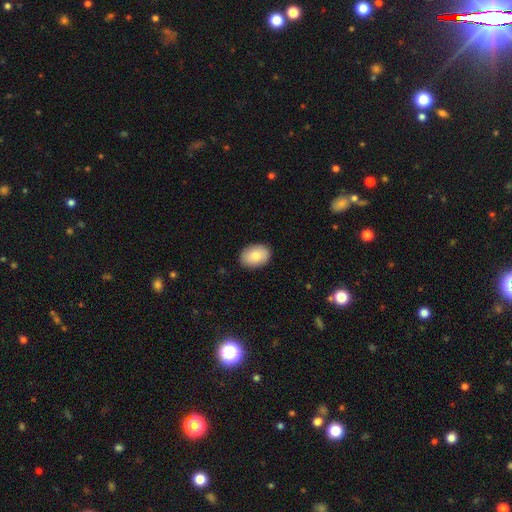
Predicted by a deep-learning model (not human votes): Smooth or featured: smooth — 82% (featured or disk — 11%)
How rounded: in between — 81% (round — 18%)
Merging: none — 89% (minor disturbance — 8%)